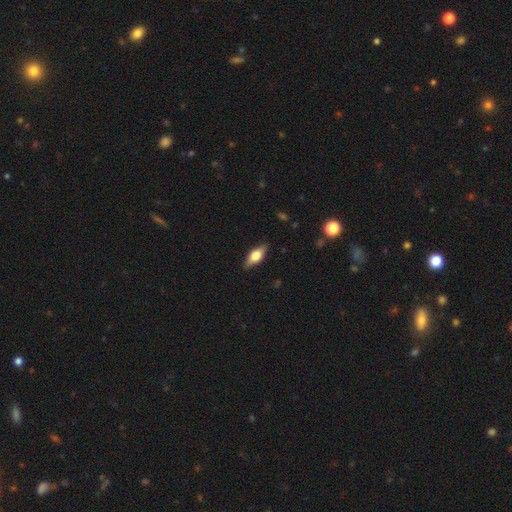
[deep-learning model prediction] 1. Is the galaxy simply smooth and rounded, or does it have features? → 56% smooth, 37% featured or disk, 7% star or artifact.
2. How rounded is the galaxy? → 77% in between, 19% cigar-shaped, 4% round.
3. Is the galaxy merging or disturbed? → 86% none, 11% minor disturbance, 2% major disturbance, 1% merger.